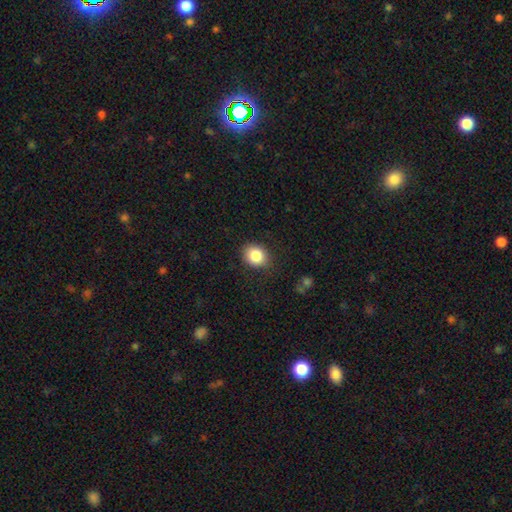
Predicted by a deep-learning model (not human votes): Q: Smooth or featured?
A: smooth (85%); runner-up: star or artifact (9%)
Q: How rounded?
A: round (63%); runner-up: in between (36%)
Q: Merging?
A: none (83%); runner-up: minor disturbance (12%)